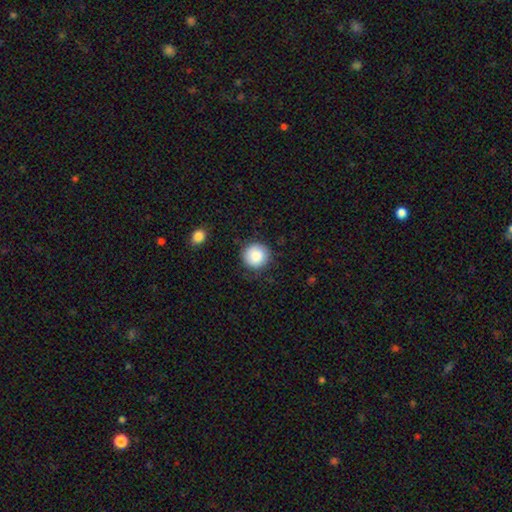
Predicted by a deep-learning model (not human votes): smooth_or_featured: smooth (p=0.87) [alt: star or artifact p=0.08]
how_rounded: round (p=0.94) [alt: in between p=0.05]
merging: none (p=0.84) [alt: minor disturbance p=0.11]